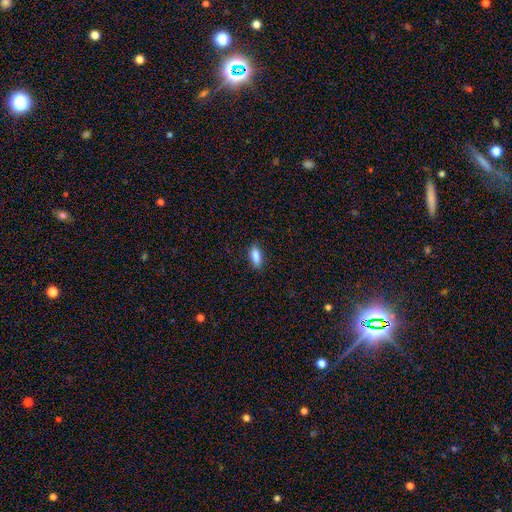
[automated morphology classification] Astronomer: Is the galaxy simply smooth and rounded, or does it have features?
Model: smooth — 86%.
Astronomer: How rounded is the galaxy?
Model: in between — 81%.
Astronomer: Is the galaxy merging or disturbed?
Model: none — 87%.